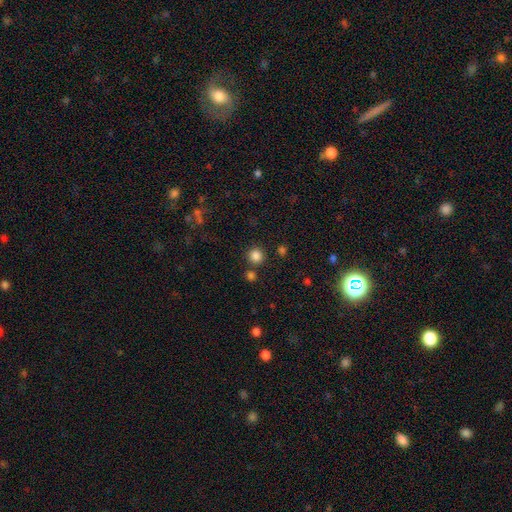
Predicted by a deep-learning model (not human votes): A smooth galaxy with no disk features (83%) that is round (94%). Merging: none (83%).